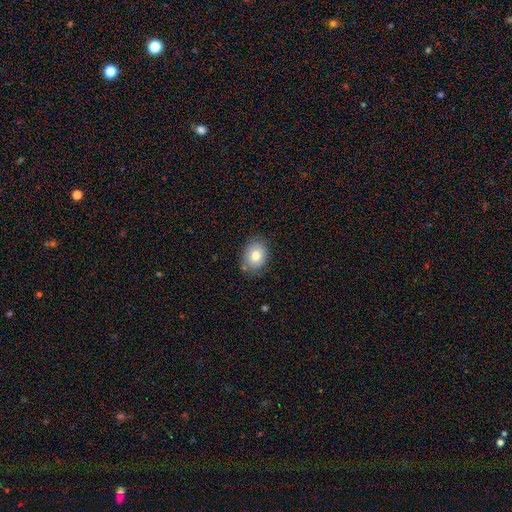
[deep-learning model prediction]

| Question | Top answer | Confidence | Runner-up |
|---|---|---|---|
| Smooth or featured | smooth | 78% | featured or disk (13%) |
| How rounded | in between | 56% | round (43%) |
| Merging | none | 80% | minor disturbance (15%) |